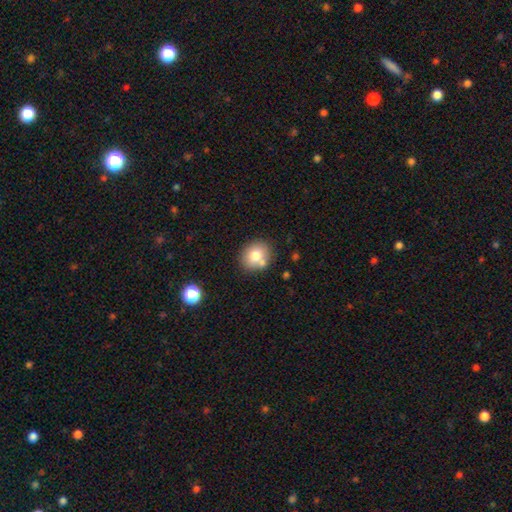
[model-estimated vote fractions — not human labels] A smooth galaxy with no disk features (75%) that is round (65%). Merging: none (71%).